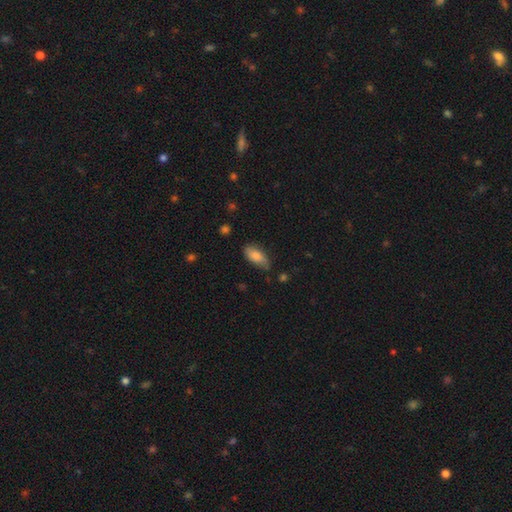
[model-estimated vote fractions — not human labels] This appears to be a smooth galaxy with no disk features (78%) that is in between round and cigar-shaped (89%). Merging: none (71%).